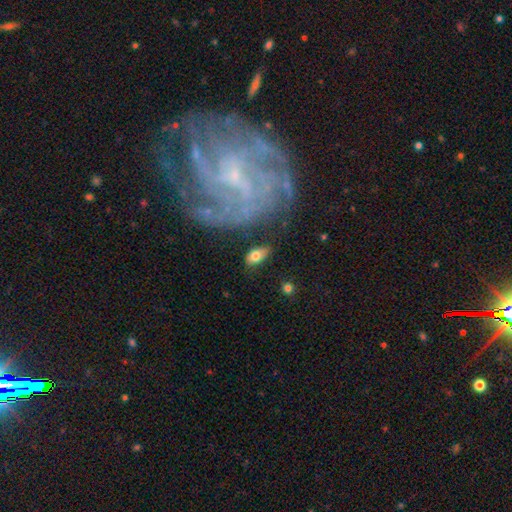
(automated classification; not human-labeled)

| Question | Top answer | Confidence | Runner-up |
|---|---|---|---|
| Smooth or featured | smooth | 75% | featured or disk (18%) |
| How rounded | in between | 91% | round (6%) |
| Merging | none | 75% | minor disturbance (16%) |